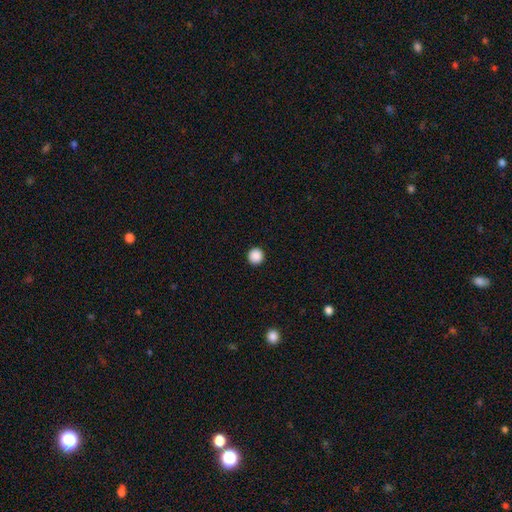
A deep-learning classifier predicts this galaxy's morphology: Smooth or featured? smooth (89%)
How rounded? round (96%)
Merging? none (94%)